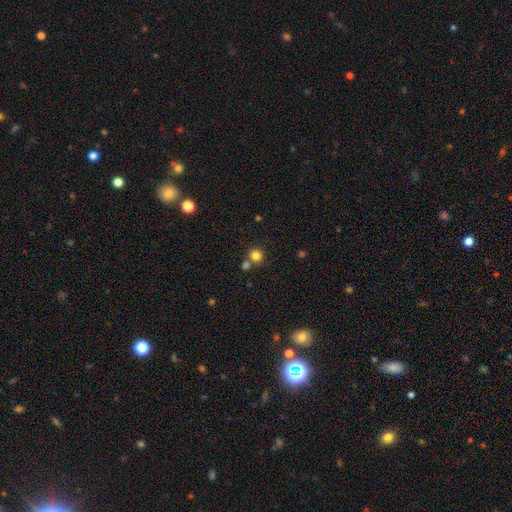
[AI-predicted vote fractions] Smooth or featured?
  - smooth: 81% *
  - star or artifact: 13%
  - featured or disk: 6%
How rounded?
  - round: 89% *
  - in between: 10%
  - cigar-shaped: 1%
Merging?
  - none: 64% *
  - merger: 25%
  - minor disturbance: 8%
  - major disturbance: 3%